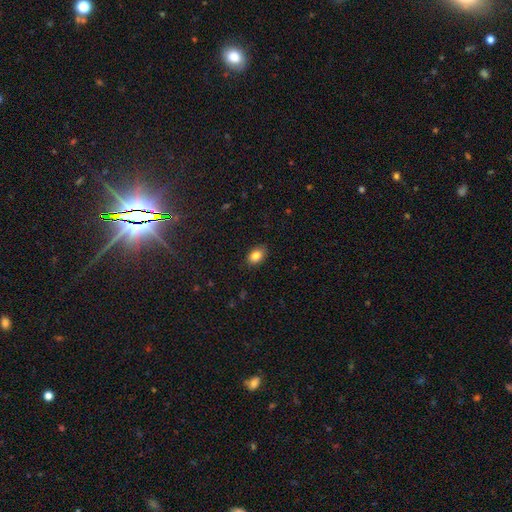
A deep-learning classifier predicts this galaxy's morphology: Smooth or featured? smooth (85%)
How rounded? in between (84%)
Merging? none (86%)